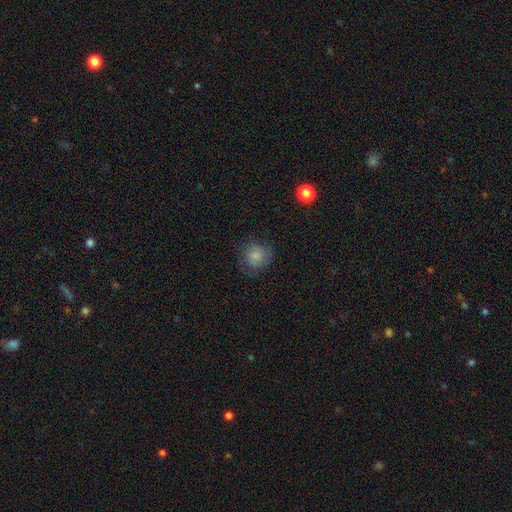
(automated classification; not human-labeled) Smooth or featured?
  - smooth: 80% *
  - featured or disk: 11%
  - star or artifact: 9%
How rounded?
  - round: 86% *
  - in between: 13%
  - cigar-shaped: 1%
Merging?
  - none: 72% *
  - minor disturbance: 19%
  - major disturbance: 8%
  - merger: 1%